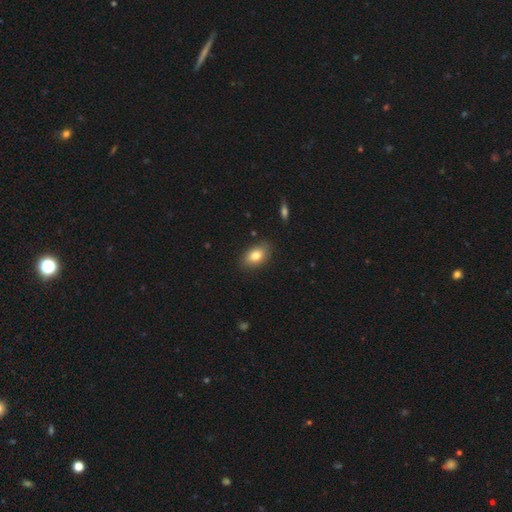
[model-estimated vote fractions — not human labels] smooth_or_featured: smooth (p=0.82) [alt: featured or disk p=0.11]
how_rounded: in between (p=0.88) [alt: round p=0.10]
merging: none (p=0.85) [alt: minor disturbance p=0.11]